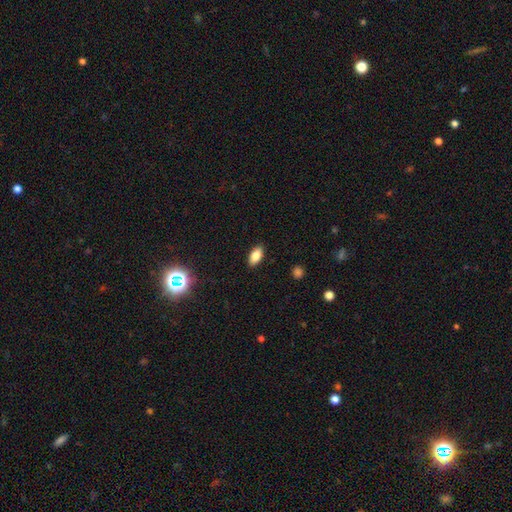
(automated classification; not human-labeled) Smooth or featured: smooth — 80% (featured or disk — 10%)
How rounded: in between — 89% (cigar-shaped — 7%)
Merging: none — 89% (minor disturbance — 8%)